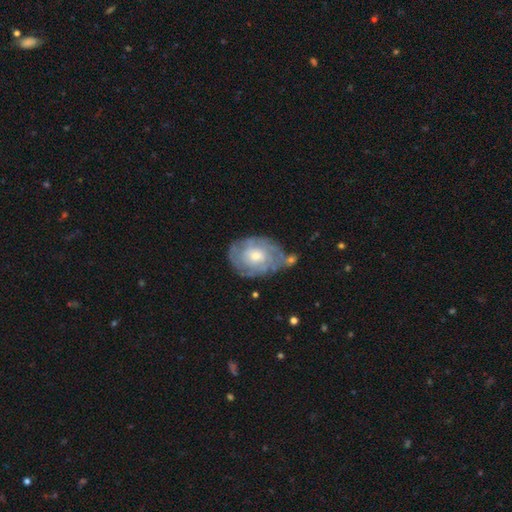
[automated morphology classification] This appears to be a featured or disk galaxy (68%) with no bar (79%), spiral arms (74%) and a moderate central bulge (53%). Merging: none (57%).